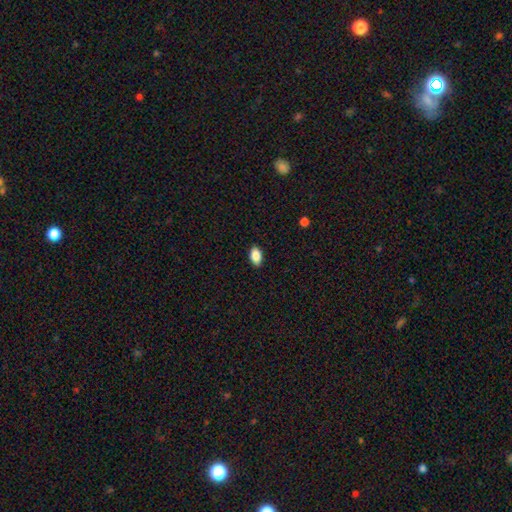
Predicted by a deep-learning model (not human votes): This appears to be a smooth galaxy with no disk features (87%) that is in between round and cigar-shaped (92%). Merging: none (88%).